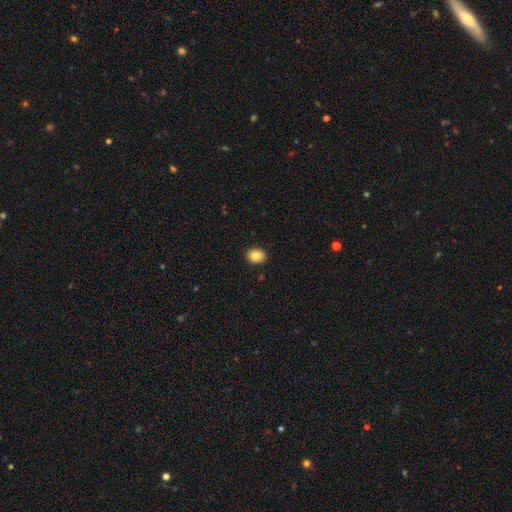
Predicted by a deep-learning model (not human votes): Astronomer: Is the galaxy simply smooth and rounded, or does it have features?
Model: smooth — 82%.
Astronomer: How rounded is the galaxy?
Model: round — 62%.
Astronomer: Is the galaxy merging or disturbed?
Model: none — 90%.